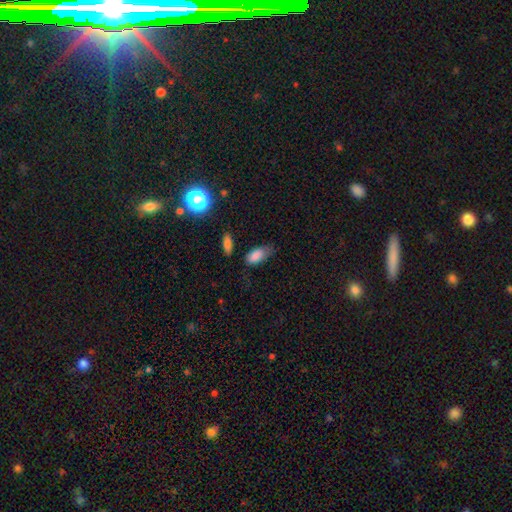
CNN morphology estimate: Smooth or featured?
  - smooth: 84% *
  - star or artifact: 9%
  - featured or disk: 7%
How rounded?
  - in between: 90% *
  - cigar-shaped: 7%
  - round: 3%
Merging?
  - none: 51% *
  - minor disturbance: 36%
  - major disturbance: 10%
  - merger: 3%